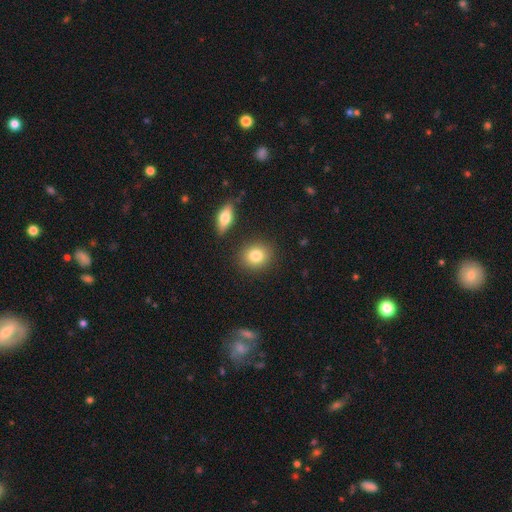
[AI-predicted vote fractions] Smooth or featured?
  - smooth: 82% *
  - featured or disk: 9%
  - star or artifact: 9%
How rounded?
  - round: 70% *
  - in between: 29%
  - cigar-shaped: 2%
Merging?
  - none: 84% *
  - minor disturbance: 8%
  - merger: 5%
  - major disturbance: 3%